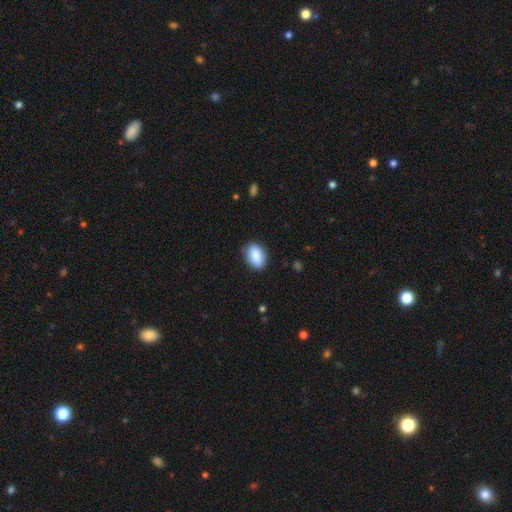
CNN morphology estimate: Smooth or featured? Predicted: smooth (p=0.89). How rounded? Predicted: in between (p=0.87). Merging? Predicted: none (p=0.85).